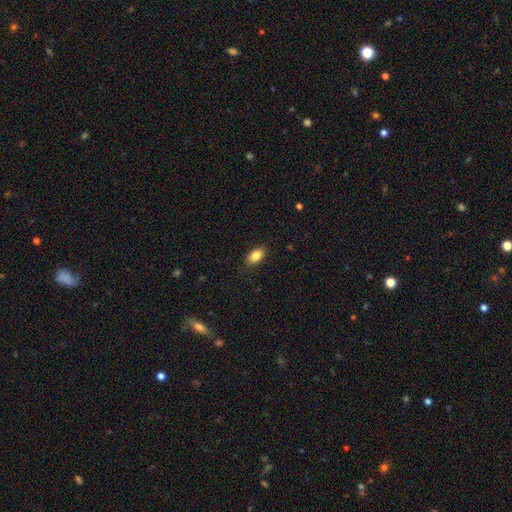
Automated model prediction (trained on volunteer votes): Smooth or featured? Predicted: smooth (p=0.86). How rounded? Predicted: in between (p=0.91). Merging? Predicted: none (p=0.87).